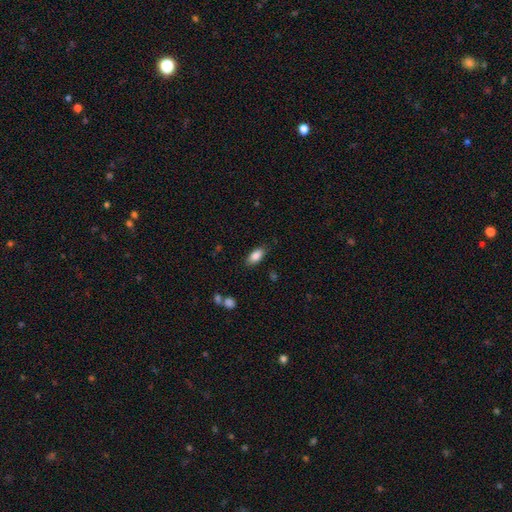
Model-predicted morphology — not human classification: smooth_or_featured: smooth (p=0.87) [alt: star or artifact p=0.07]
how_rounded: in between (p=0.91) [alt: cigar-shaped p=0.06]
merging: none (p=0.84) [alt: minor disturbance p=0.12]